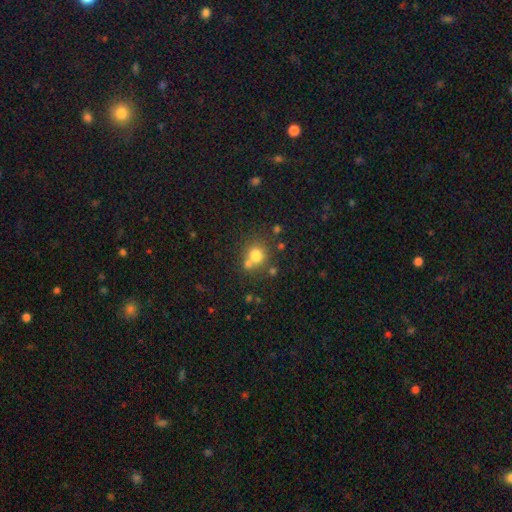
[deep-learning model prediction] Smooth or featured? smooth (75%)
How rounded? round (84%)
Merging? none (56%)